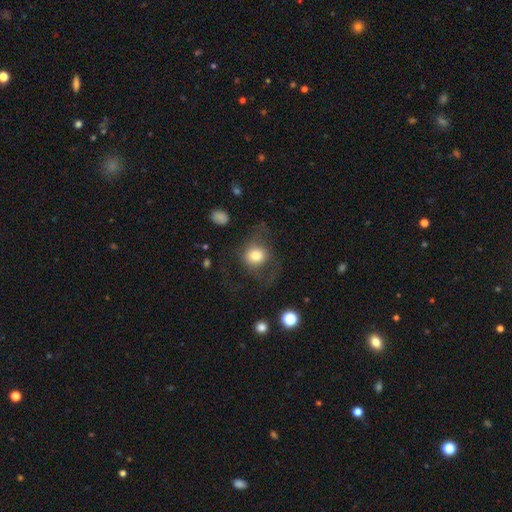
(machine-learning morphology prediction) smooth_or_featured: smooth (p=0.71) [alt: featured or disk p=0.20]
how_rounded: round (p=0.75) [alt: in between p=0.24]
merging: none (p=0.48) [alt: major disturbance p=0.31]